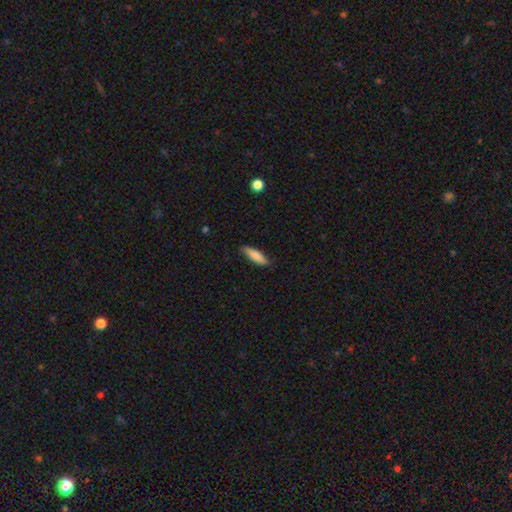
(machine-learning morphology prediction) type=smooth (80%); roundness=cigar-shaped (57%); merging=none (80%).